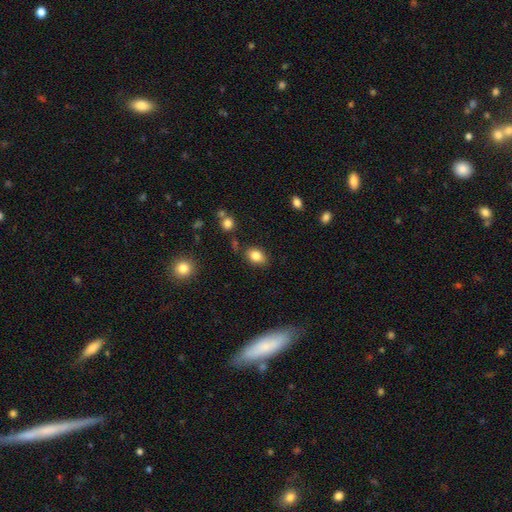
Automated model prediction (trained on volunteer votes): The model was most divided on "how rounded": in between: 76%, round: 23%, cigar-shaped: 1%. More confident: smooth or featured — smooth (83%); merging — none (79%).